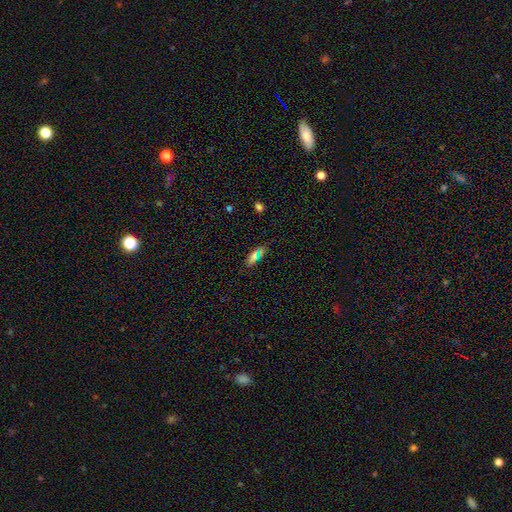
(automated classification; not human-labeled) Smooth or featured?
  - smooth: 66% *
  - star or artifact: 22%
  - featured or disk: 12%
How rounded?
  - in between: 73% *
  - cigar-shaped: 22%
  - round: 5%
Merging?
  - none: 81% *
  - minor disturbance: 12%
  - major disturbance: 4%
  - merger: 3%